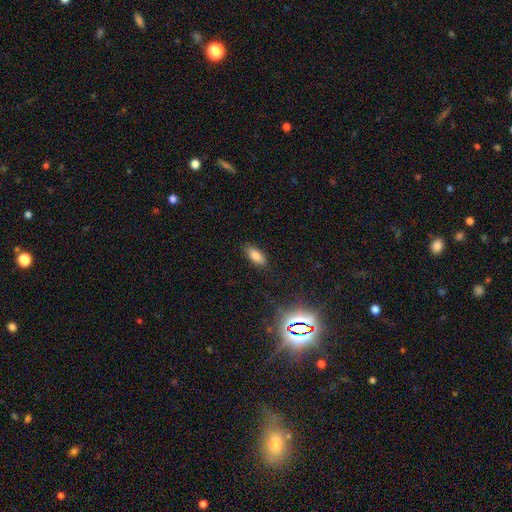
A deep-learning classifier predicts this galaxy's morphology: This is clearly a smooth galaxy (82%). How rounded: clearly in between (85%). Merging: clearly none (86%).